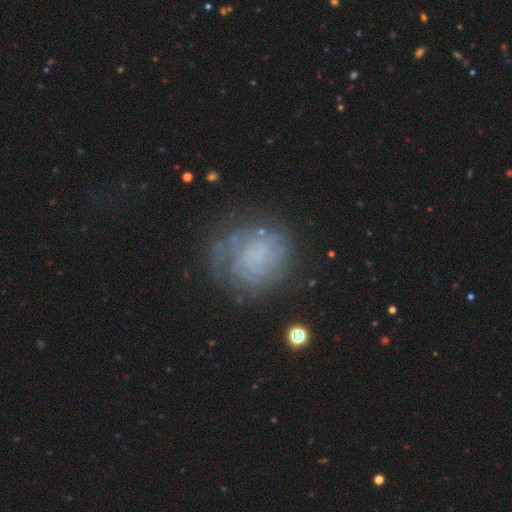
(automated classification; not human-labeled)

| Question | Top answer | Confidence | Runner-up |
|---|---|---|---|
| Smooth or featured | featured or disk | 55% | smooth (32%) |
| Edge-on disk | no | 98% | yes (2%) |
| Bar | no | 85% | weak (12%) |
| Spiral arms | yes | 54% | no (46%) |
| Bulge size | none | 73% | small (12%) |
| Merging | none | 63% | minor disturbance (20%) |